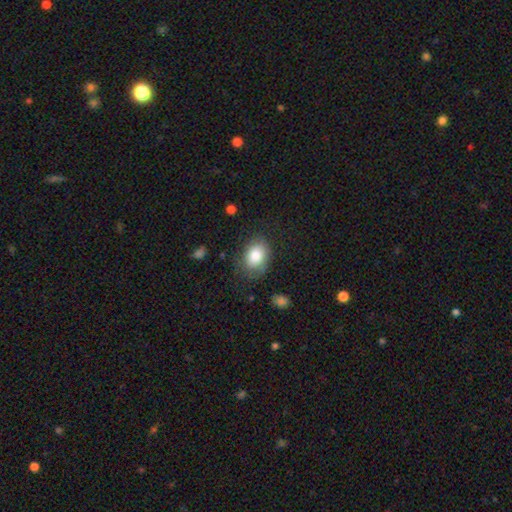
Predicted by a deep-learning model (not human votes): smooth_or_featured: smooth (p=0.81) [alt: featured or disk p=0.11]
how_rounded: in between (p=0.70) [alt: round p=0.29]
merging: none (p=0.69) [alt: minor disturbance p=0.21]